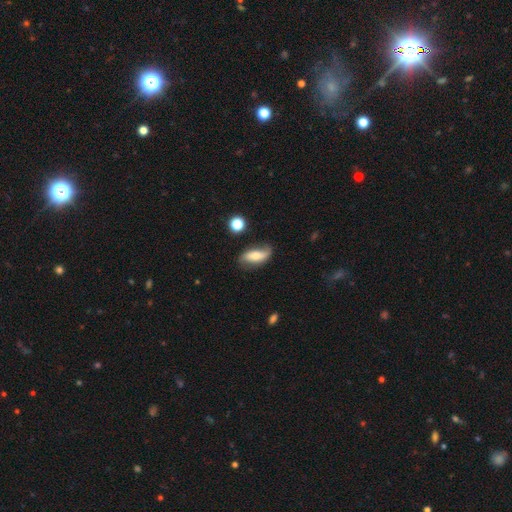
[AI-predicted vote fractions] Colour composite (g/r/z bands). It shows a smooth galaxy with no disk features (47%). Merging: none (65%).